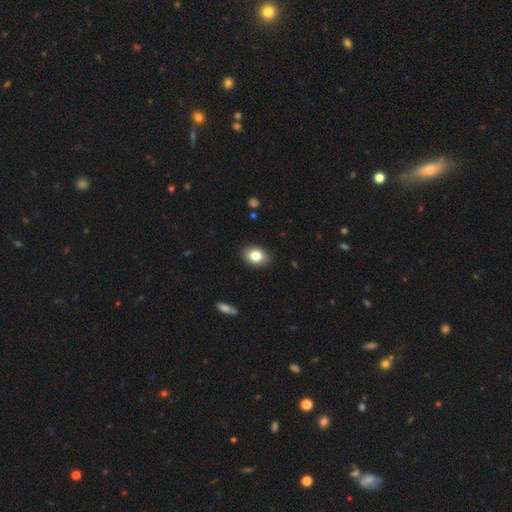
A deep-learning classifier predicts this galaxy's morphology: Smooth or featured?
  - smooth: 81% *
  - featured or disk: 10%
  - star or artifact: 8%
How rounded?
  - in between: 77% *
  - round: 22%
  - cigar-shaped: 1%
Merging?
  - none: 88% *
  - minor disturbance: 9%
  - major disturbance: 2%
  - merger: 1%